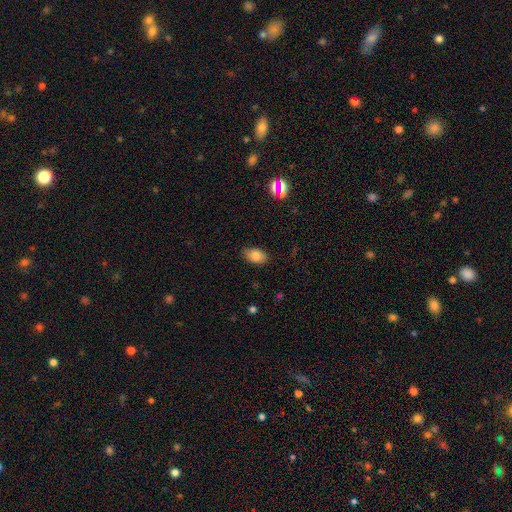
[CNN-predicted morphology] A smooth galaxy with no disk features (80%) that is in between round and cigar-shaped (91%).

Vote fractions:
- Smooth or featured? smooth: 80% / featured or disk: 10% / star or artifact: 10%
- How rounded? in between: 91% / round: 7% / cigar-shaped: 2%
- Merging? none: 83% / minor disturbance: 13% / major disturbance: 3% / merger: 1%